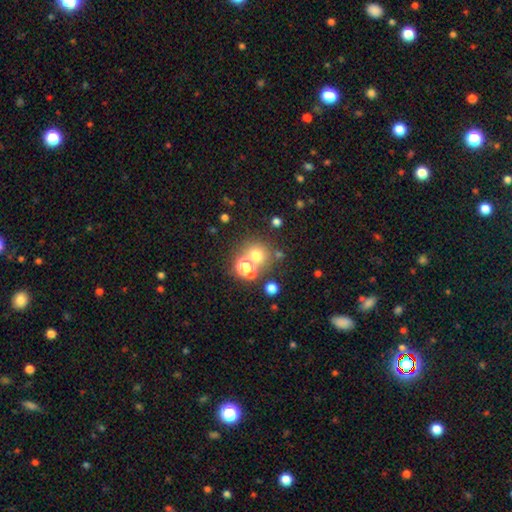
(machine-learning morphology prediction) Smooth or featured? smooth (64%)
How rounded? round (86%)
Merging? none (60%)